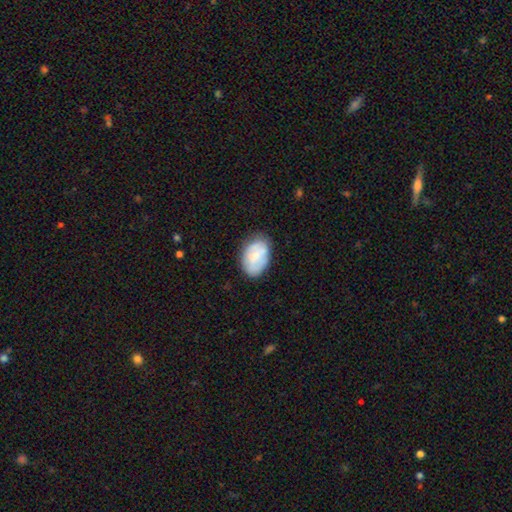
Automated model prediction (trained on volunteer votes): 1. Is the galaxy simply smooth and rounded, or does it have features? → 65% smooth, 28% featured or disk, 7% star or artifact.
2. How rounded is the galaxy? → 87% in between, 12% round, 1% cigar-shaped.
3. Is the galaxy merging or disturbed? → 69% none, 23% minor disturbance, 6% major disturbance, 2% merger.